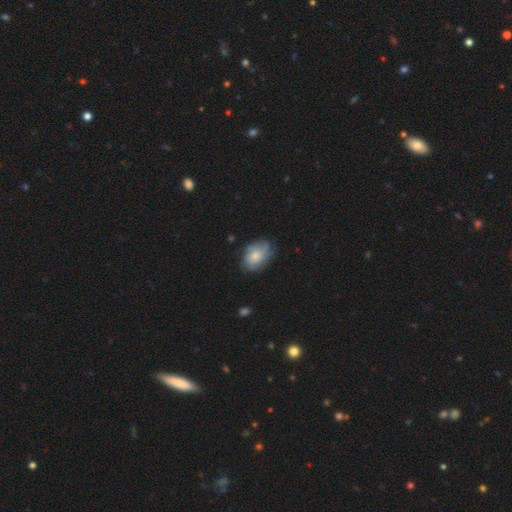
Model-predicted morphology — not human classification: This appears to be a smooth galaxy with no disk features (61%) that is in between round and cigar-shaped (82%). Merging: none (64%).